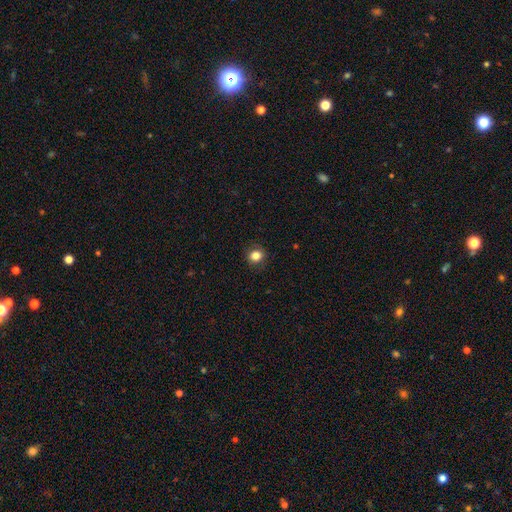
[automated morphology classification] type=smooth (83%); roundness=round (77%); merging=none (89%).